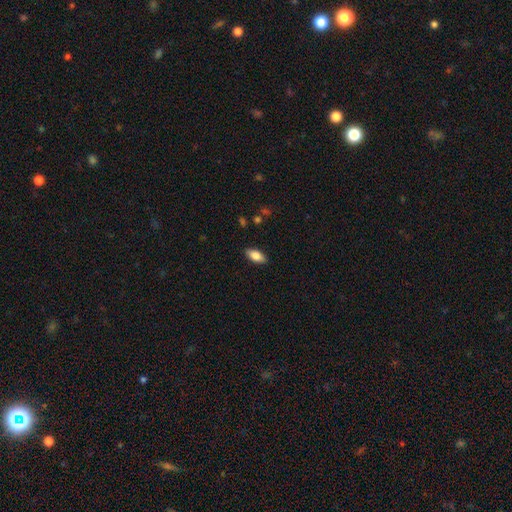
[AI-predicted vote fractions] smooth-or-featured: smooth: 81% | featured or disk: 12% | star or artifact: 7%
  how-rounded: in between: 87% | cigar-shaped: 11% | round: 2%
  merging: none: 88% | minor disturbance: 9% | major disturbance: 2% | merger: 1%